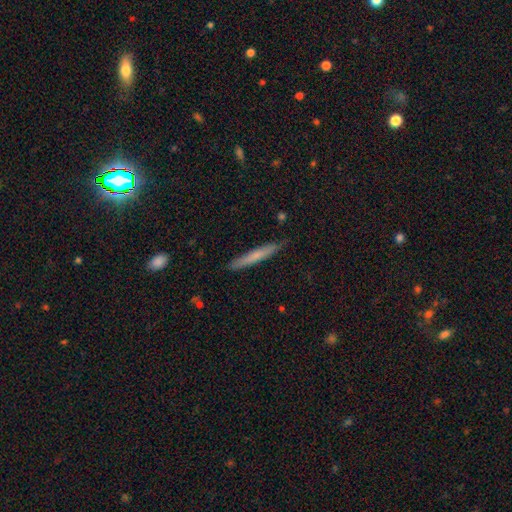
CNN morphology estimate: Smooth or featured? Predicted: smooth (p=0.63). How rounded? Predicted: cigar-shaped (p=0.96). Merging? Predicted: none (p=0.87).